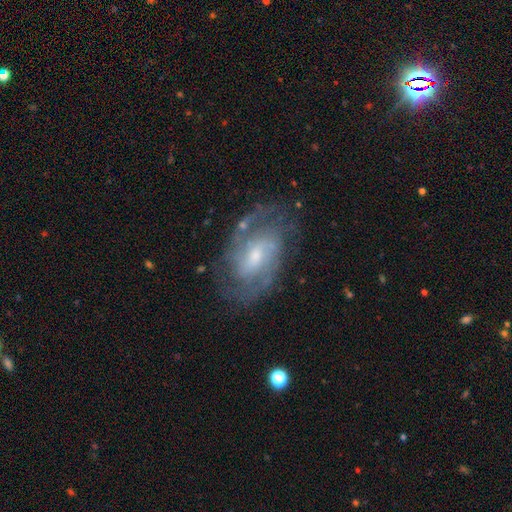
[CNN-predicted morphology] Smooth or featured? featured or disk (86%)
Edge-on disk? no (96%)
Bar? weak (53%)
Spiral arms? yes (95%)
Spiral winding? medium (45%)
Spiral arm count? 2 (58%)
Bulge size? small (55%)
Merging? none (73%)